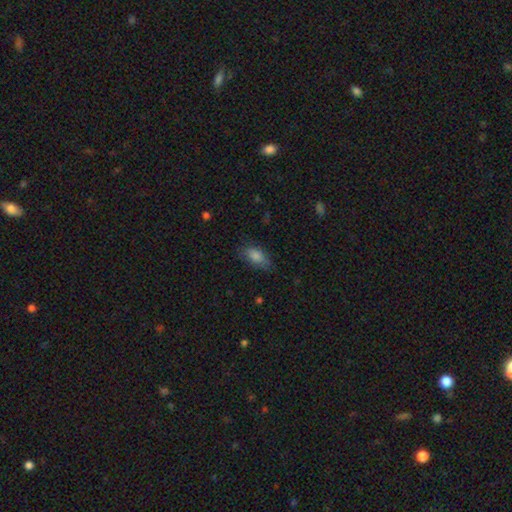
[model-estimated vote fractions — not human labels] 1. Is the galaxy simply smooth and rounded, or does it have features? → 81% smooth, 10% featured or disk, 9% star or artifact.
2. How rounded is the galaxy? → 88% in between, 7% cigar-shaped, 5% round.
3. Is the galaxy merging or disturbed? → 75% none, 19% minor disturbance, 5% major disturbance, 1% merger.